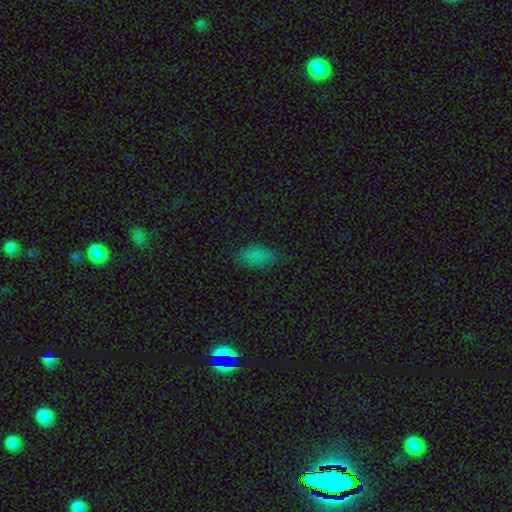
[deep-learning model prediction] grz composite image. It shows a smooth galaxy with no disk features (81%) that is in between round and cigar-shaped (93%). Merging: none (80%).